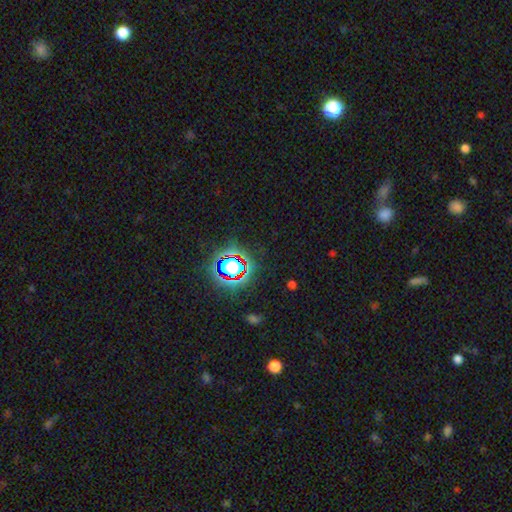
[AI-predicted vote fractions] smooth-or-featured: star or artifact: 77% | smooth: 15% | featured or disk: 9%